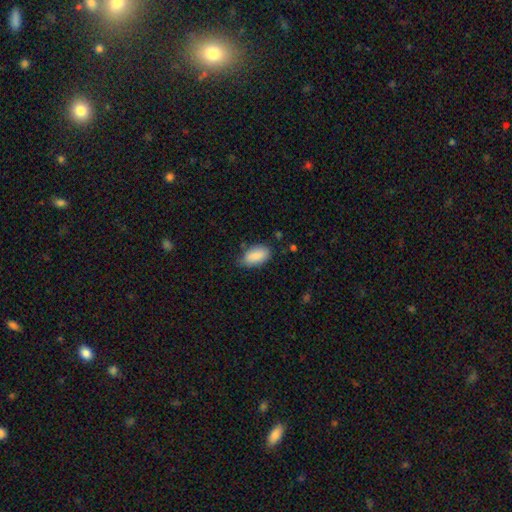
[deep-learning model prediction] Overall: smooth (89%). How rounded: in between (93%). Merging: none (73%).